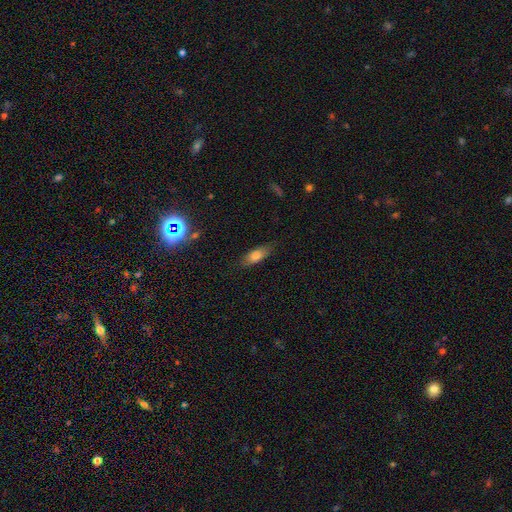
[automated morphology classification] Smooth or featured?
  - smooth: 77% *
  - featured or disk: 14%
  - star or artifact: 9%
How rounded?
  - in between: 70% *
  - cigar-shaped: 27%
  - round: 3%
Merging?
  - none: 79% *
  - minor disturbance: 15%
  - major disturbance: 4%
  - merger: 1%